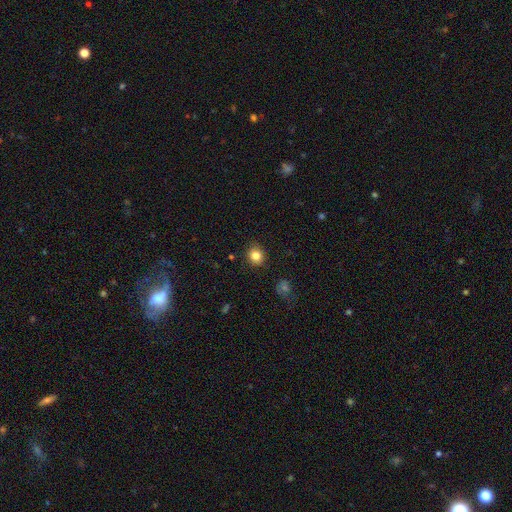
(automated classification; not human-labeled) A smooth galaxy with no disk features (83%) that is round (78%).

Vote fractions:
- Smooth or featured? smooth: 83% / star or artifact: 11% / featured or disk: 6%
- How rounded? round: 78% / in between: 21% / cigar-shaped: 1%
- Merging? none: 88% / minor disturbance: 9% / major disturbance: 2% / merger: 1%